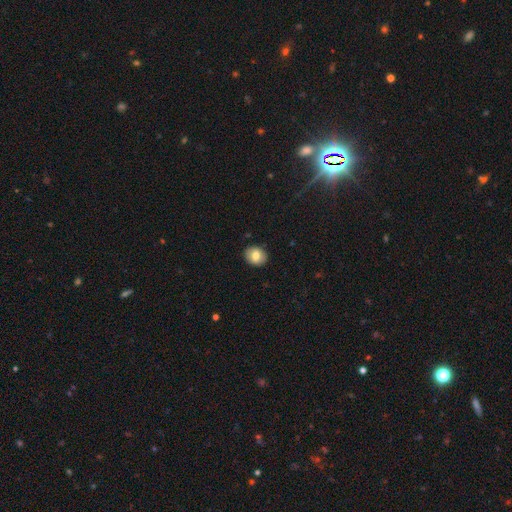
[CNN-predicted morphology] smooth_or_featured: smooth (p=0.79) [alt: featured or disk p=0.13]
how_rounded: round (p=0.58) [alt: in between p=0.41]
merging: none (p=0.89) [alt: minor disturbance p=0.08]